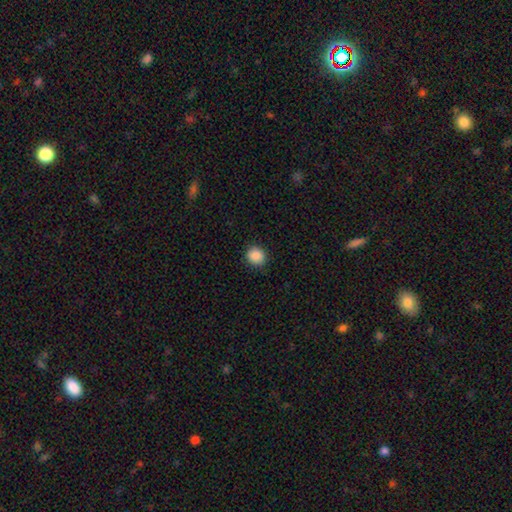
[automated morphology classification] Q: Smooth or featured?
A: smooth (89%); runner-up: star or artifact (9%)
Q: How rounded?
A: round (87%); runner-up: in between (12%)
Q: Merging?
A: none (91%); runner-up: minor disturbance (6%)